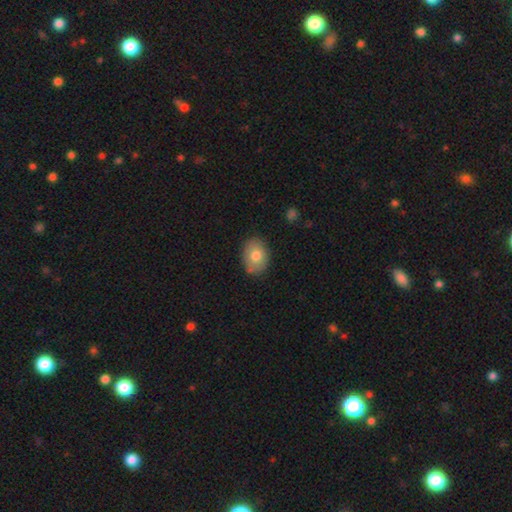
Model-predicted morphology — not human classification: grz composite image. It shows a smooth galaxy with no disk features (76%) that is in between round and cigar-shaped (67%). Merging: none (80%).